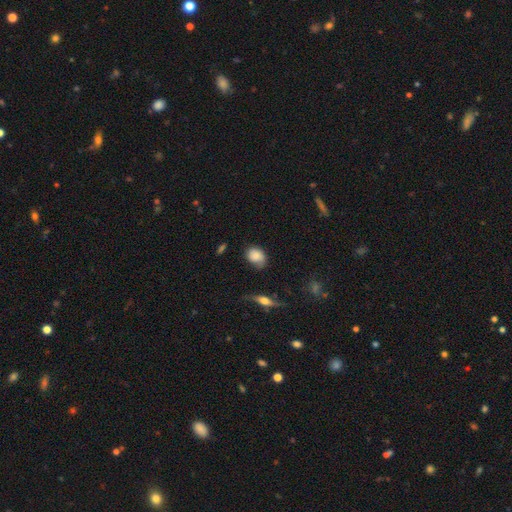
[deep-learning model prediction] This is likely a smooth galaxy (75%). How rounded: possibly in between (54%). Merging: possibly none (55%).